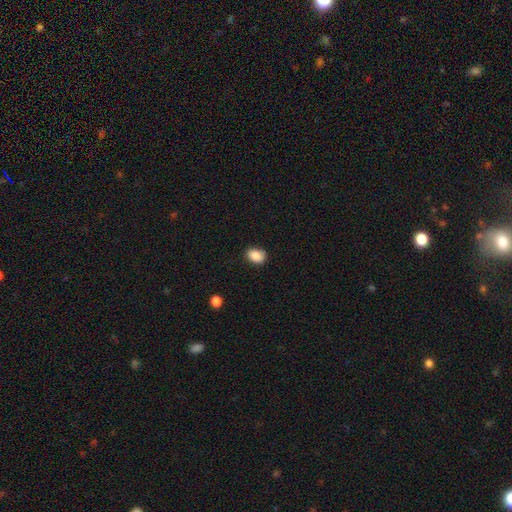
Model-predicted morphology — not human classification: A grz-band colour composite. It shows a smooth galaxy with no disk features (88%) that is in between round and cigar-shaped (75%). Merging: none (81%).